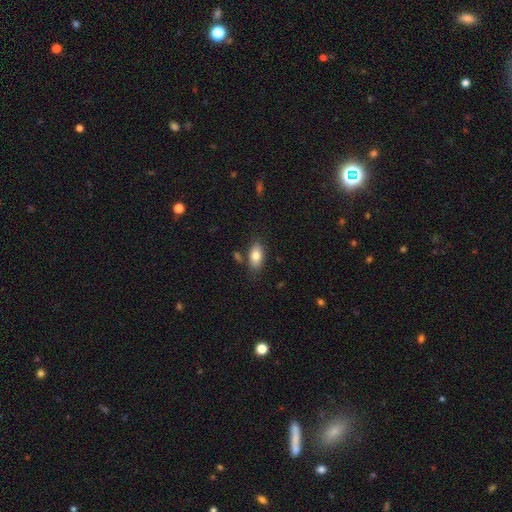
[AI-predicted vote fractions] Smooth or featured: smooth — 81% (featured or disk — 12%)
How rounded: in between — 90% (cigar-shaped — 5%)
Merging: none — 78% (minor disturbance — 13%)